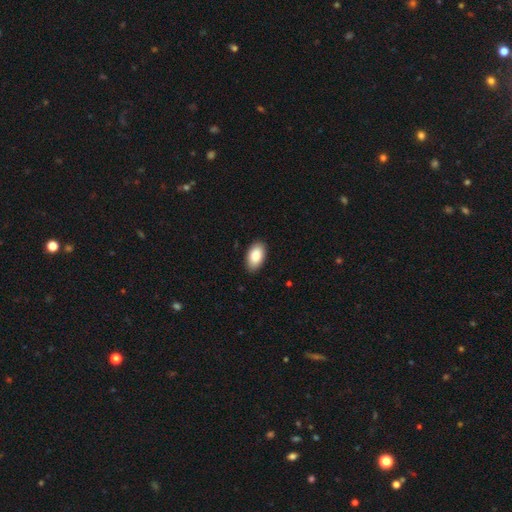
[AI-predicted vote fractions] smooth_or_featured: smooth (p=0.88) [alt: star or artifact p=0.06]
how_rounded: in between (p=0.95) [alt: round p=0.04]
merging: none (p=0.87) [alt: minor disturbance p=0.10]